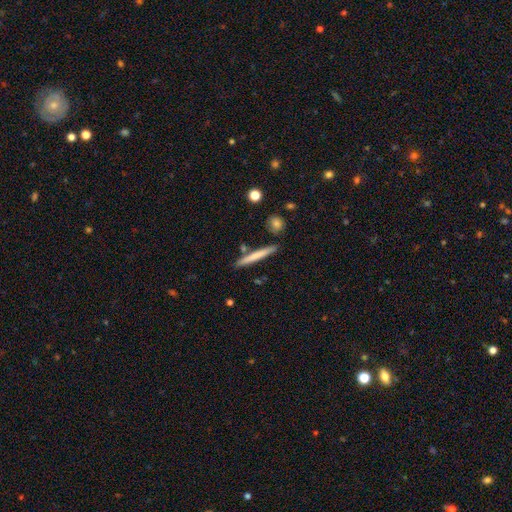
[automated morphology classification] A smooth galaxy with no disk features (68%) that is cigar-shaped (95%).

Vote fractions:
- Smooth or featured? smooth: 68% / featured or disk: 27% / star or artifact: 5%
- How rounded? cigar-shaped: 95% / in between: 3% / round: 1%
- Merging? none: 85% / minor disturbance: 9% / merger: 5% / major disturbance: 2%